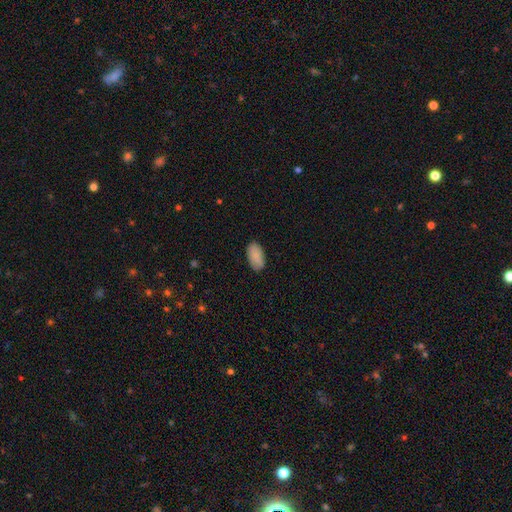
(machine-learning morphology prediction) This is clearly a smooth galaxy (89%). How rounded: clearly in between (94%). Merging: clearly none (86%).